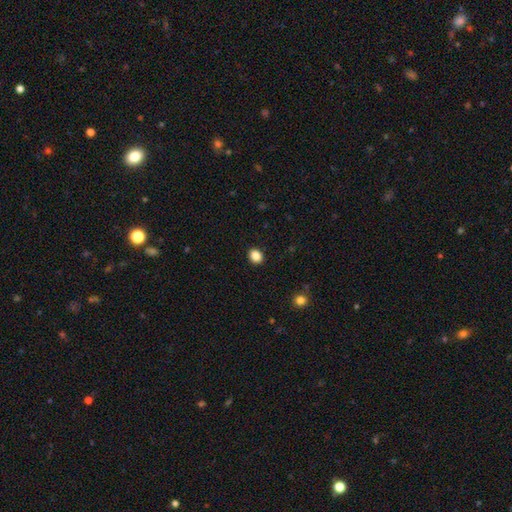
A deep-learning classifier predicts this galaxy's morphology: Smooth or featured? Predicted: smooth (p=0.86). How rounded? Predicted: round (p=0.63). Merging? Predicted: none (p=0.91).